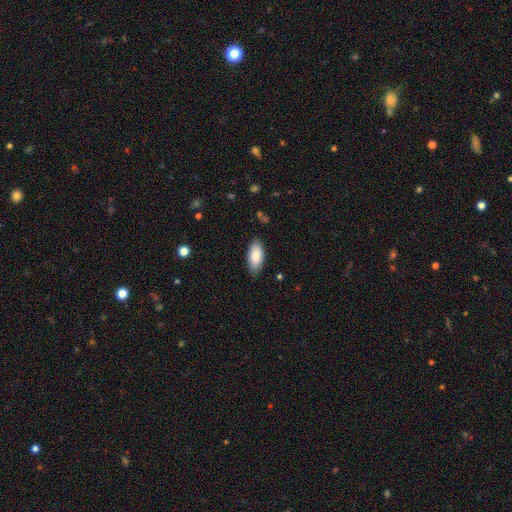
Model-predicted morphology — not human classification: This is clearly a smooth galaxy (86%). How rounded: clearly in between (88%). Merging: clearly none (86%).